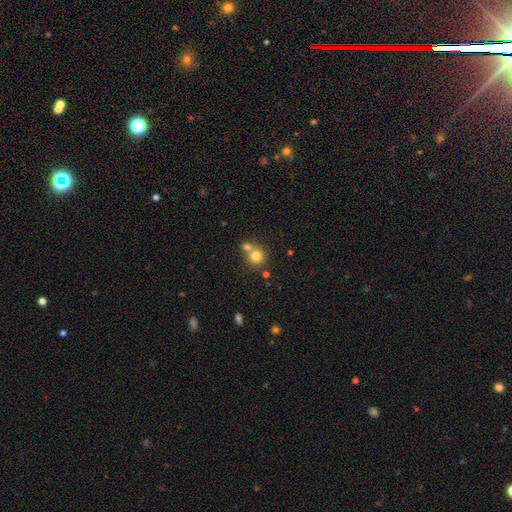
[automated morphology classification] type=smooth (78%); roundness=round (86%); merging=none (47%).